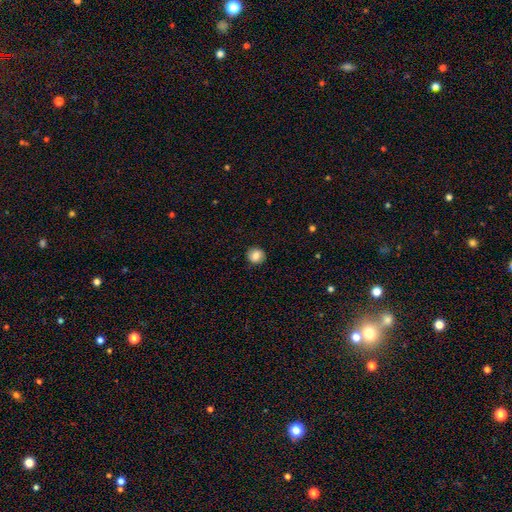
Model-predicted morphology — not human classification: A smooth galaxy with no disk features (79%) that is round (85%).

Vote fractions:
- Smooth or featured? smooth: 79% / featured or disk: 12% / star or artifact: 9%
- How rounded? round: 85% / in between: 14% / cigar-shaped: 1%
- Merging? none: 88% / minor disturbance: 8% / major disturbance: 2% / merger: 1%